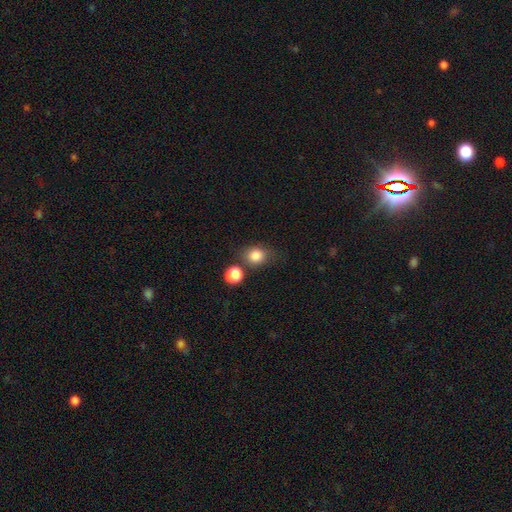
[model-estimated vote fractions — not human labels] Smooth or featured: smooth — 83% (star or artifact — 11%)
How rounded: round — 67% (in between — 32%)
Merging: none — 63% (merger — 16%)